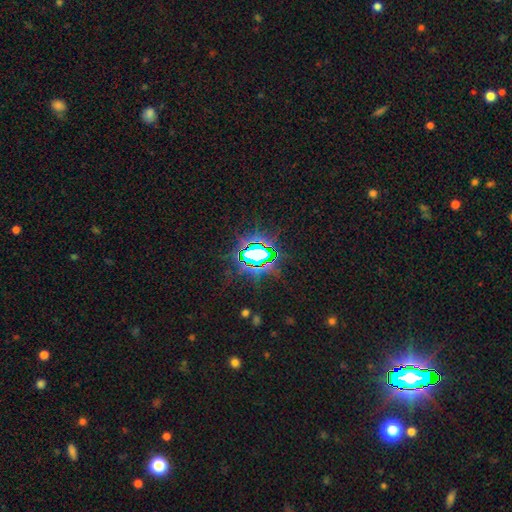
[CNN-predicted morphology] star or artifact 77%, smooth 13%, featured or disk 10%.